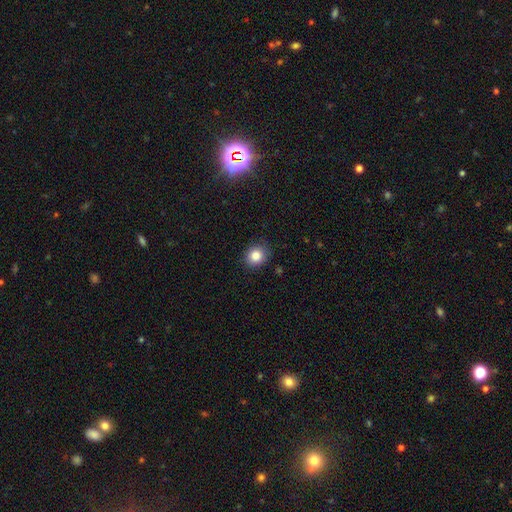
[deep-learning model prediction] smooth-or-featured: smooth: 85% | star or artifact: 10% | featured or disk: 6%
  how-rounded: round: 71% | in between: 28% | cigar-shaped: 1%
  merging: none: 85% | minor disturbance: 11% | major disturbance: 3% | merger: 1%